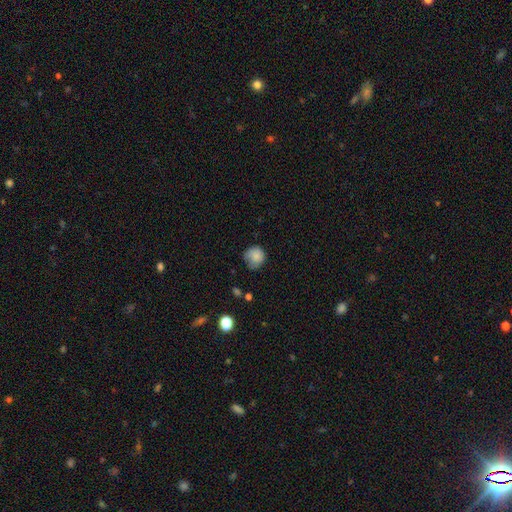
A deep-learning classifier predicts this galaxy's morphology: smooth_or_featured: smooth (p=0.83) [alt: star or artifact p=0.09]
how_rounded: round (p=0.88) [alt: in between p=0.11]
merging: none (p=0.63) [alt: minor disturbance p=0.28]